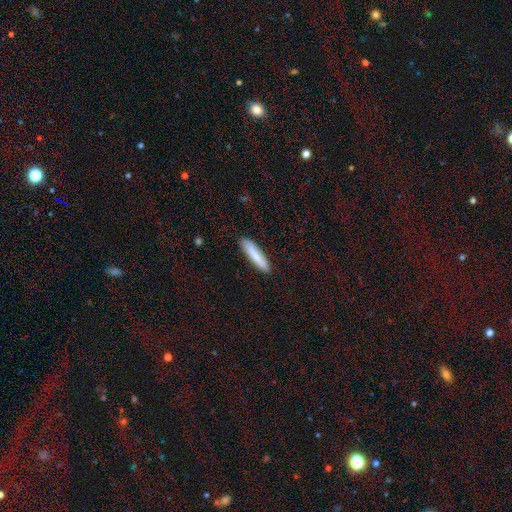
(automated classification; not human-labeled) A smooth galaxy with no disk features (79%) that is cigar-shaped (84%).

Vote fractions:
- Smooth or featured? smooth: 79% / featured or disk: 15% / star or artifact: 6%
- How rounded? cigar-shaped: 84% / in between: 14% / round: 1%
- Merging? none: 89% / minor disturbance: 8% / major disturbance: 2% / merger: 1%